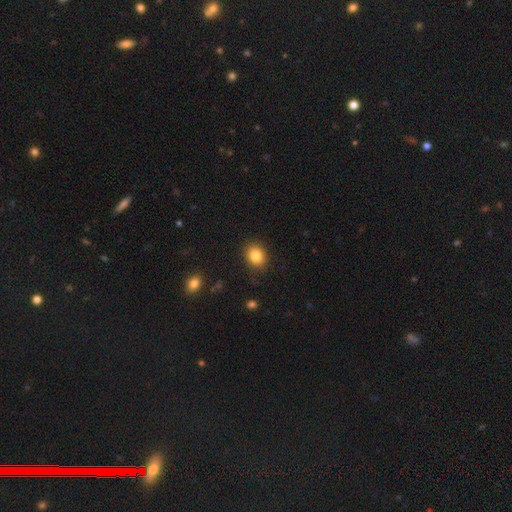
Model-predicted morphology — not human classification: Smooth or featured? smooth (84%)
How rounded? round (55%)
Merging? none (88%)